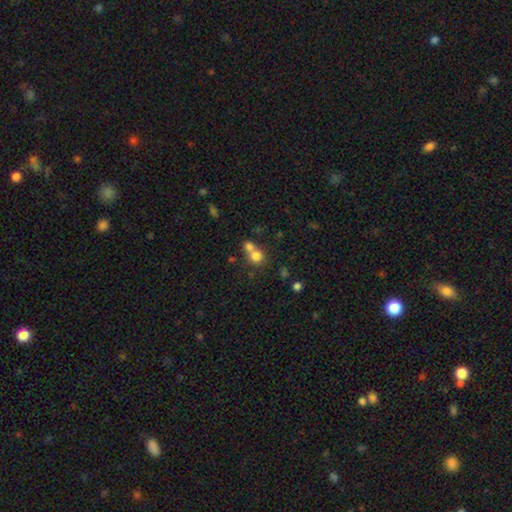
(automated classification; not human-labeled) This is likely a smooth galaxy (77%). How rounded: clearly round (83%). Merging: possibly merger (53%).